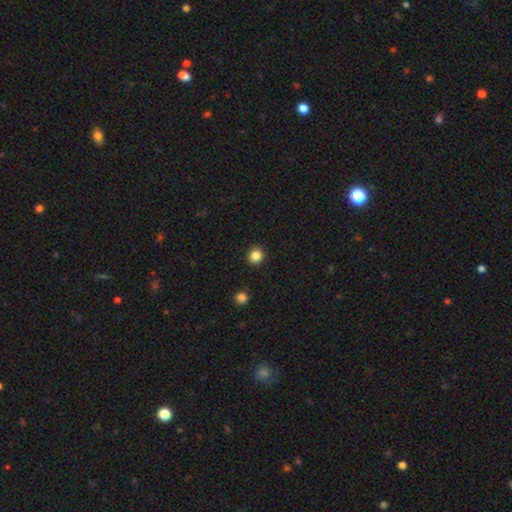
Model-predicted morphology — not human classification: Overall: smooth (85%). How rounded: round (89%). Merging: none (92%).